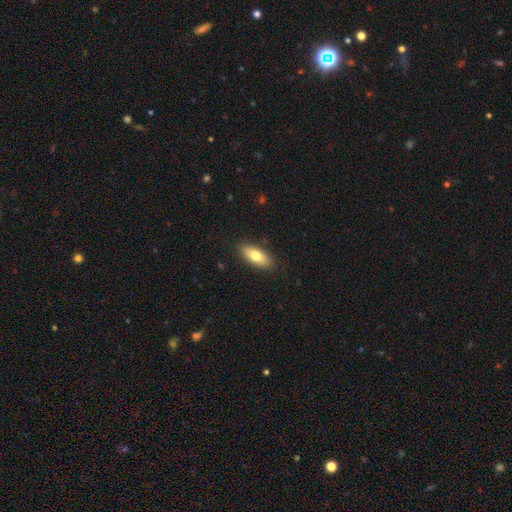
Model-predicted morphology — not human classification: The model was most divided on "smooth or featured": smooth: 76%, featured or disk: 18%, star or artifact: 6%. More confident: merging — none (88%); how rounded — in between (81%).